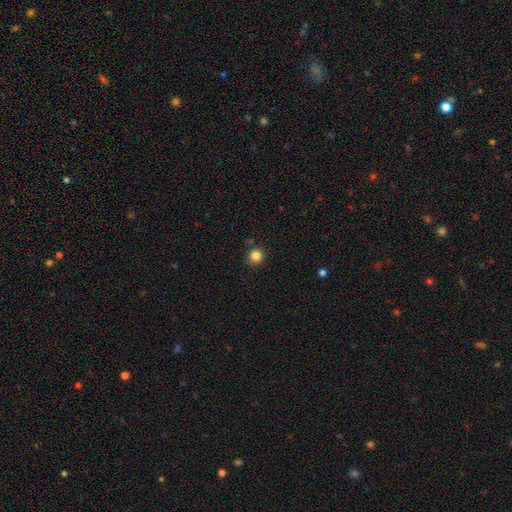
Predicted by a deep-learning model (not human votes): A smooth galaxy with no disk features (84%) that is round (92%).

Vote fractions:
- Smooth or featured? smooth: 84% / star or artifact: 12% / featured or disk: 4%
- How rounded? round: 92% / in between: 7% / cigar-shaped: 1%
- Merging? none: 86% / minor disturbance: 9% / merger: 3% / major disturbance: 2%